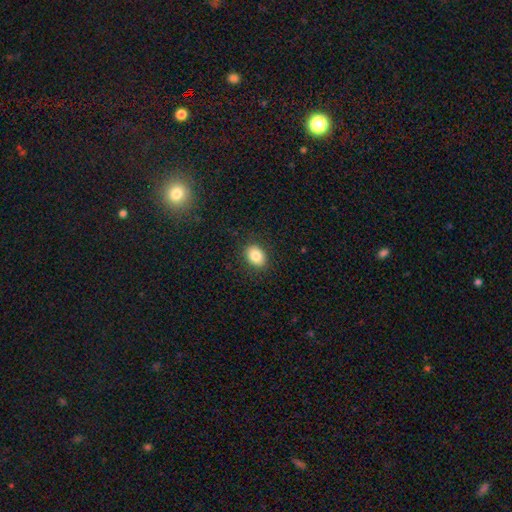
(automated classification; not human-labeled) Morphology: type=smooth (84%); roundness=in between (69%); merging=none (88%).